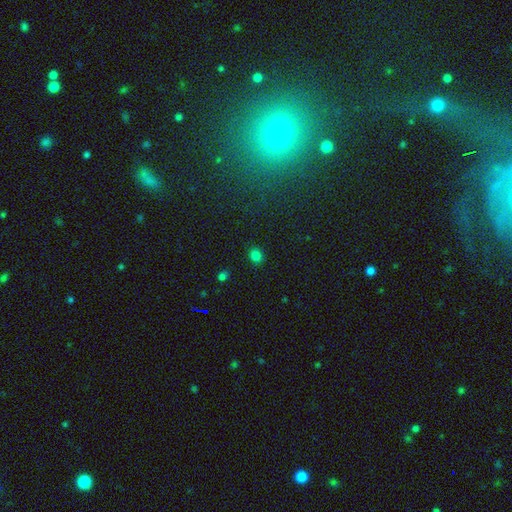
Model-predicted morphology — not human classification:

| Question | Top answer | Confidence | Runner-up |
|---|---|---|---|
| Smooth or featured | smooth | 81% | star or artifact (15%) |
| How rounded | round | 74% | in between (24%) |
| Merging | none | 89% | minor disturbance (7%) |